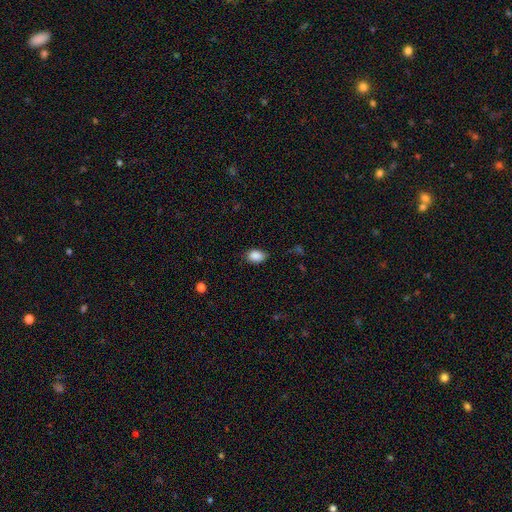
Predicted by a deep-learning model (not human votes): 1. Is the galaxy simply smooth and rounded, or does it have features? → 88% smooth, 8% star or artifact, 4% featured or disk.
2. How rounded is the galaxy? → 81% in between, 17% round, 1% cigar-shaped.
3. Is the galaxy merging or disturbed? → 79% none, 17% minor disturbance, 3% major disturbance, 1% merger.